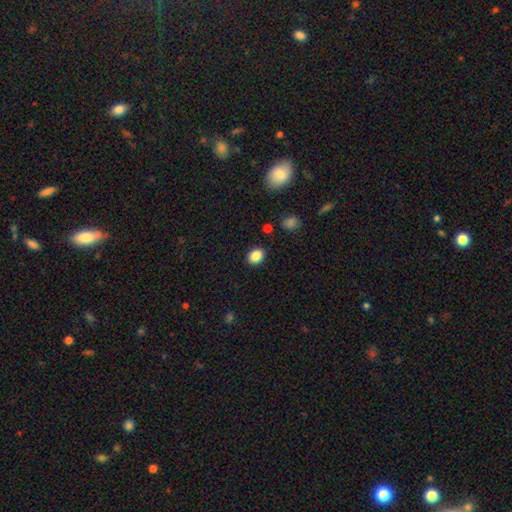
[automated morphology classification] Q: Smooth or featured?
A: smooth (86%); runner-up: star or artifact (10%)
Q: How rounded?
A: in between (50%); runner-up: round (49%)
Q: Merging?
A: none (88%); runner-up: minor disturbance (8%)